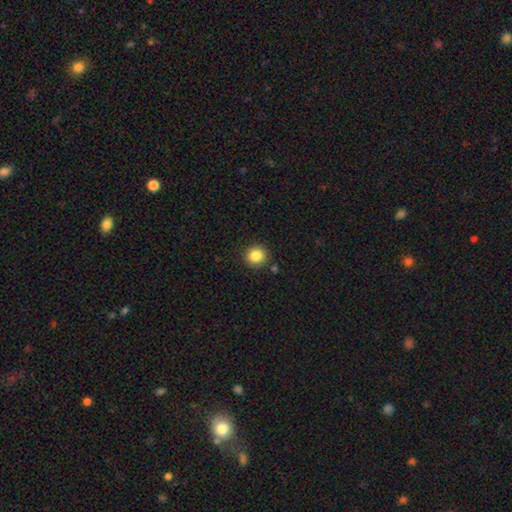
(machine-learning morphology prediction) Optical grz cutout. It shows a smooth galaxy with no disk features (85%) that is round (93%). Merging: none (89%).